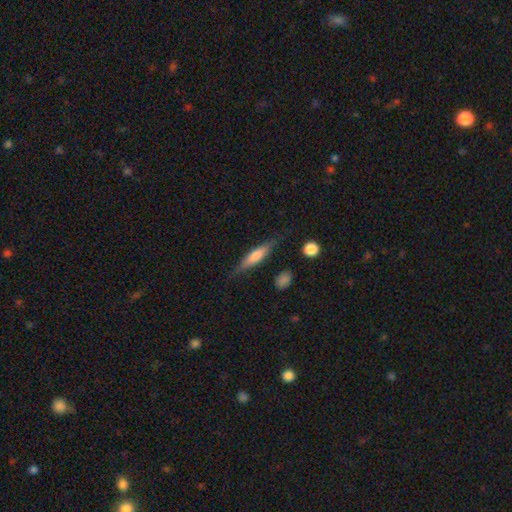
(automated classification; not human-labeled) smooth-or-featured: smooth: 51% | featured or disk: 42% | star or artifact: 6%
  how-rounded: cigar-shaped: 80% | in between: 17% | round: 2%
  merging: none: 79% | minor disturbance: 14% | major disturbance: 4% | merger: 2%